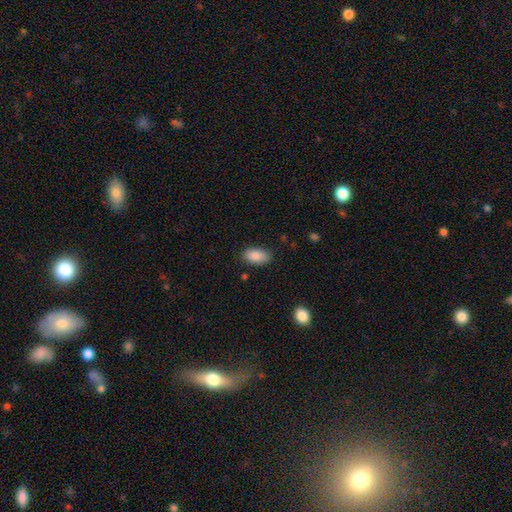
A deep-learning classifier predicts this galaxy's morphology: smooth 88%, star or artifact 7%, featured or disk 5%. Down the decision tree: how rounded — in between (93%); merging — none (82%).